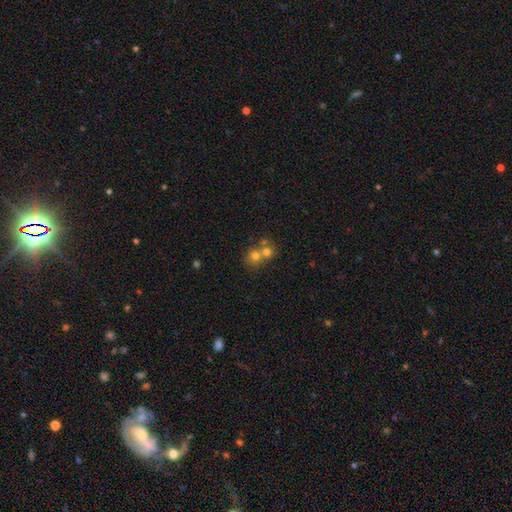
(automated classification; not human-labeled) A smooth galaxy with no disk features (67%) that is round (80%). Merging: merger (57%).